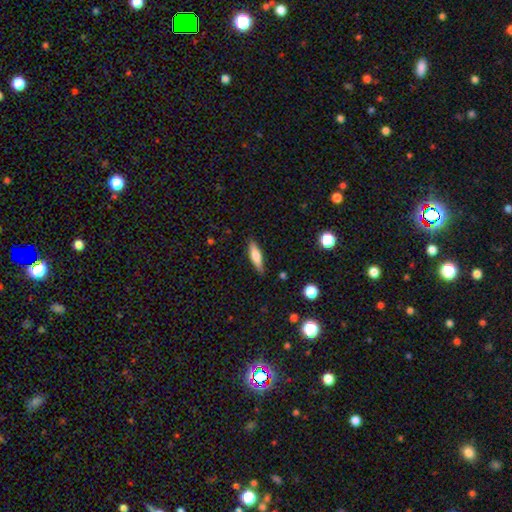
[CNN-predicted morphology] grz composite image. It shows a smooth galaxy with no disk features (64%) that is cigar-shaped (66%). Merging: none (85%).